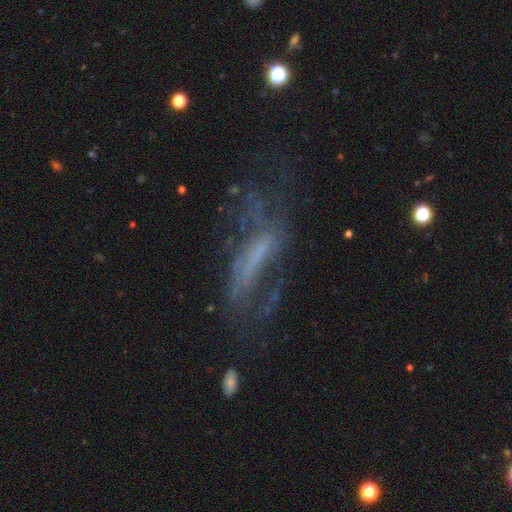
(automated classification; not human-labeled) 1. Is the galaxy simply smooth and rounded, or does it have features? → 65% featured or disk, 20% smooth, 16% star or artifact.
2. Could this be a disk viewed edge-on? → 80% no, 20% yes.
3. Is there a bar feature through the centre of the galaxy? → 38% no, 31% strong, 31% weak.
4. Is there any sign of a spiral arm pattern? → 51% yes, 49% no.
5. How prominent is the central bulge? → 53% none, 25% small, 16% moderate, 5% large, 2% dominant.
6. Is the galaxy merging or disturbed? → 42% none, 35% major disturbance, 19% minor disturbance, 5% merger.